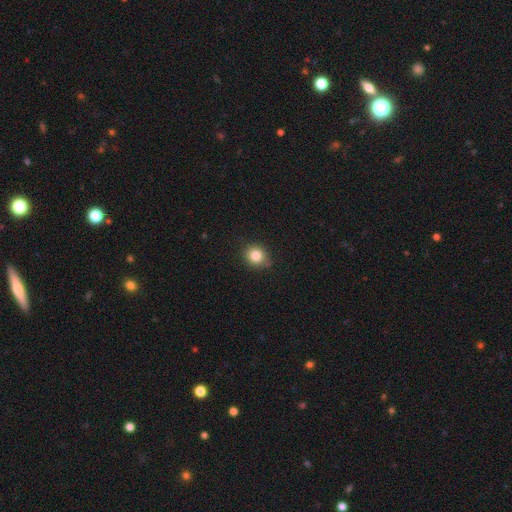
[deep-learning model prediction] Morphology: type=smooth (83%); roundness=round (79%); merging=none (82%).